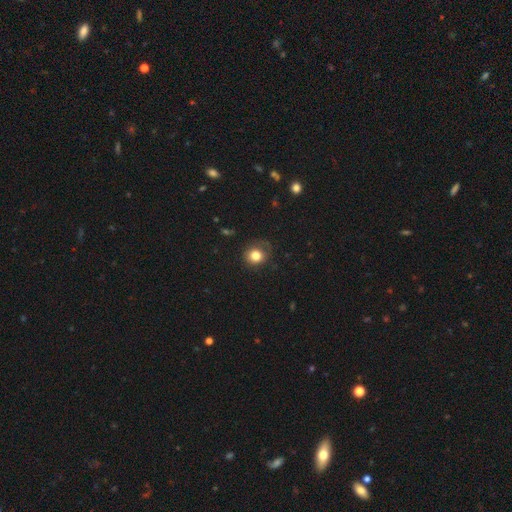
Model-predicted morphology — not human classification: Smooth or featured: smooth — 80% (star or artifact — 11%)
How rounded: round — 82% (in between — 17%)
Merging: none — 74% (minor disturbance — 18%)